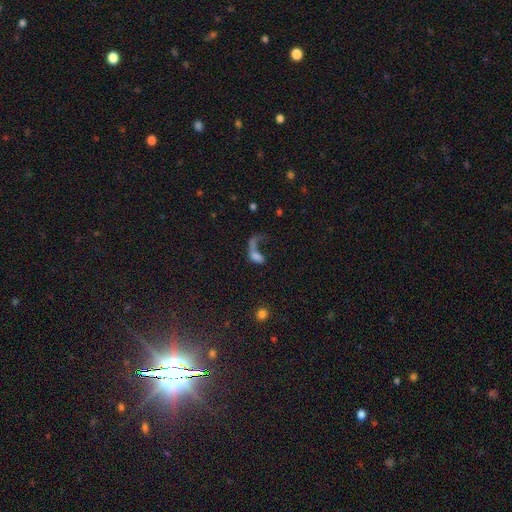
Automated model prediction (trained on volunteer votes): Smooth or featured: smooth — 52% (featured or disk — 33%)
How rounded: in between — 70% (round — 15%)
Merging: major disturbance — 45% (none — 23%)